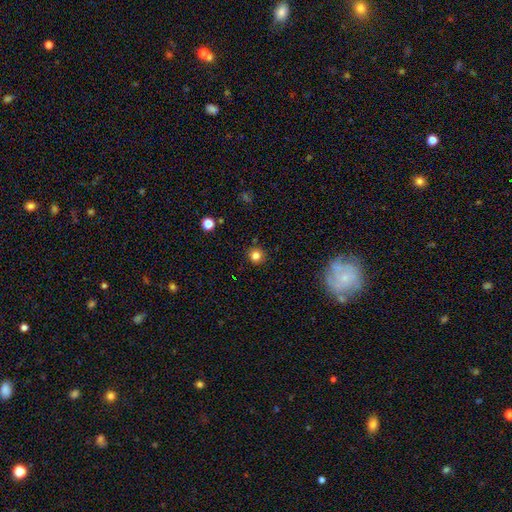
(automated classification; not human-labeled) Smooth or featured?
  - smooth: 81% *
  - star or artifact: 14%
  - featured or disk: 6%
How rounded?
  - round: 92% *
  - in between: 7%
  - cigar-shaped: 1%
Merging?
  - none: 89% *
  - minor disturbance: 7%
  - major disturbance: 2%
  - merger: 1%